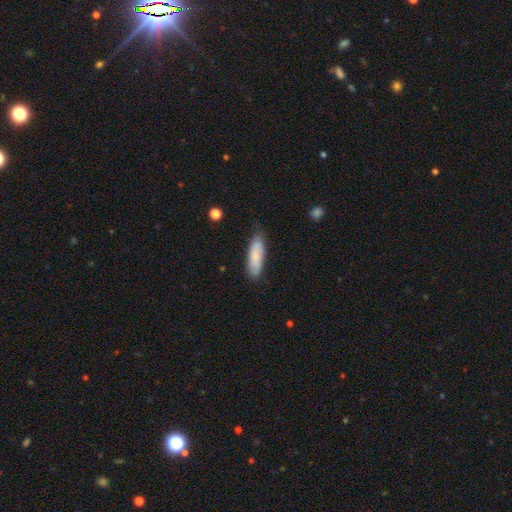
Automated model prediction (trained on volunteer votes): A smooth galaxy with no disk features (71%) that is cigar-shaped (50%). Merging: none (75%).